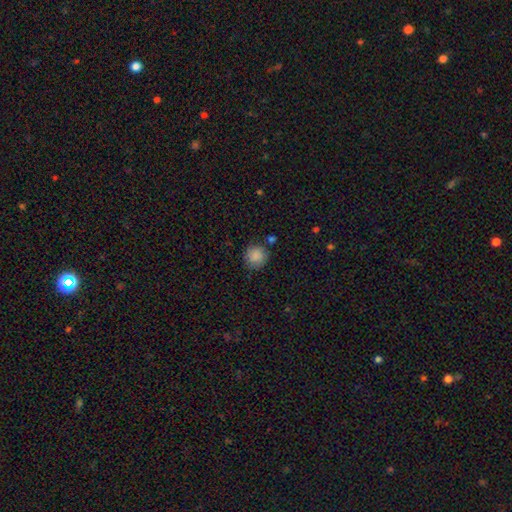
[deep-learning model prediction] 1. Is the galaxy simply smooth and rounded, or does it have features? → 87% smooth, 8% star or artifact, 5% featured or disk.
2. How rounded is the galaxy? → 90% round, 9% in between, 1% cigar-shaped.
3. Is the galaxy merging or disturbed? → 80% none, 13% minor disturbance, 4% merger, 3% major disturbance.